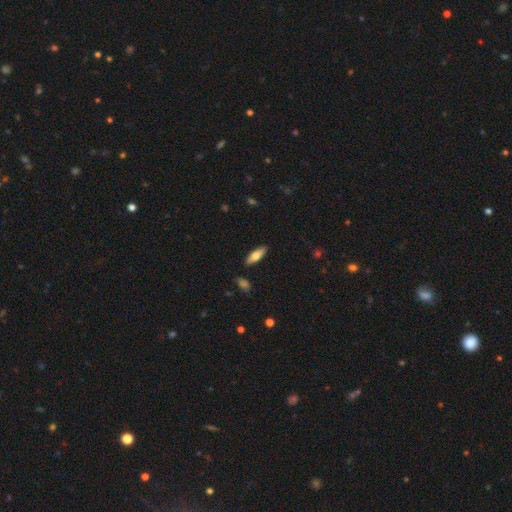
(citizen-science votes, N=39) smooth_or_featured: smooth (p=0.72) [alt: featured or disk p=0.21]
how_rounded: in between (p=0.57) [alt: cigar-shaped p=0.43]
merging: none (p=0.94) [alt: minor disturbance p=0.06]